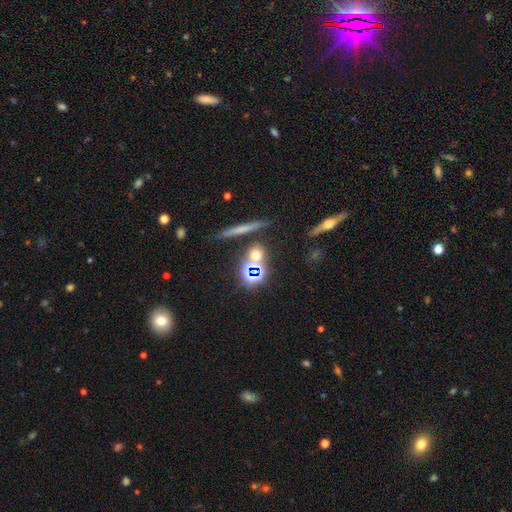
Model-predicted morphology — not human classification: smooth 47%, star or artifact 37%, featured or disk 16%. Down the decision tree: merging — none (76%).